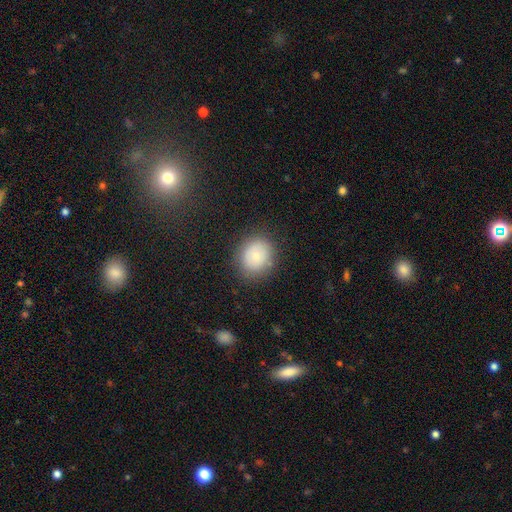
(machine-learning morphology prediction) Q: Smooth or featured?
A: smooth (78%); runner-up: featured or disk (13%)
Q: How rounded?
A: round (71%); runner-up: in between (28%)
Q: Merging?
A: none (82%); runner-up: minor disturbance (12%)